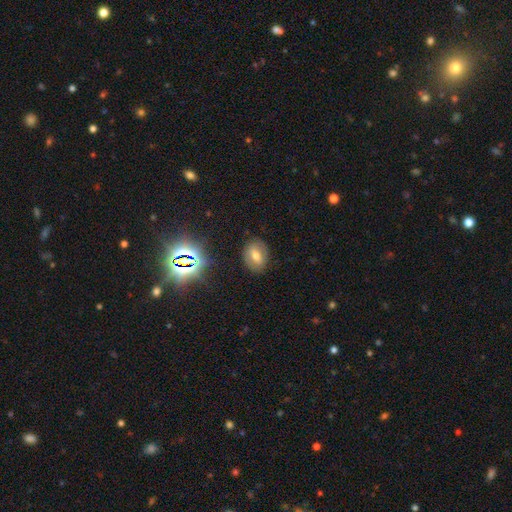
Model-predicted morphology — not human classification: Overall: smooth (53%; featured or disk 30%). How rounded: in between (68%; round 31%). Merging: none (84%).